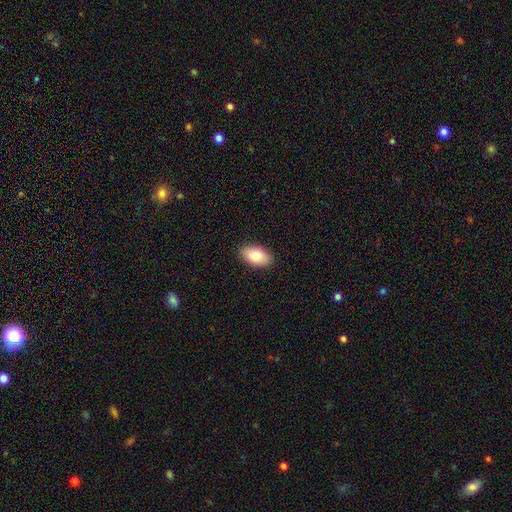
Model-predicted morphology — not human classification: Smooth or featured: smooth — 81% (featured or disk — 12%)
How rounded: in between — 93% (round — 5%)
Merging: none — 90% (minor disturbance — 8%)